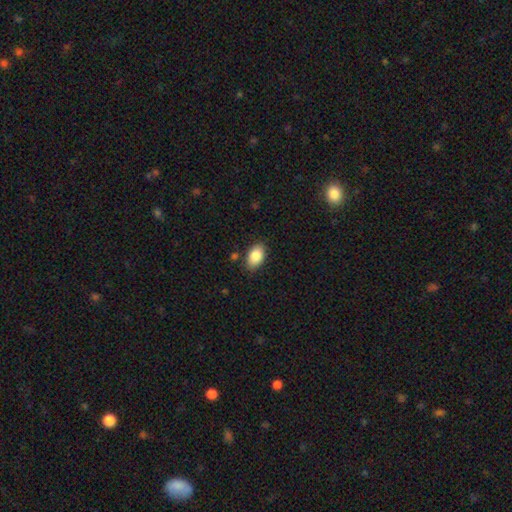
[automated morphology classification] smooth_or_featured: smooth (p=0.86) [alt: star or artifact p=0.07]
how_rounded: in between (p=0.90) [alt: round p=0.09]
merging: none (p=0.85) [alt: minor disturbance p=0.11]